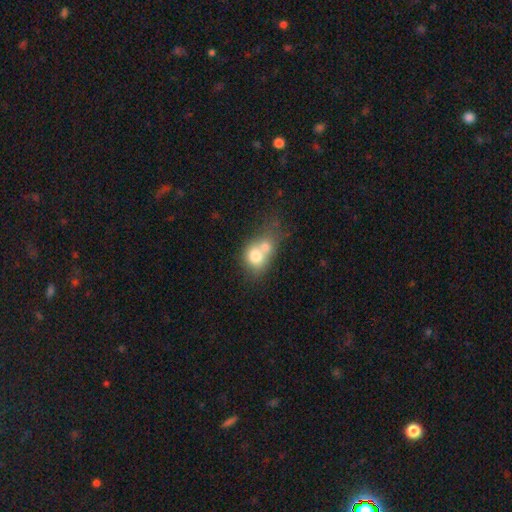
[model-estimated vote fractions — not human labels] A smooth galaxy with no disk features (70%) that is round (57%).

Vote fractions:
- Smooth or featured? smooth: 70% / featured or disk: 20% / star or artifact: 9%
- How rounded? round: 57% / in between: 41% / cigar-shaped: 1%
- Merging? merger: 69% / none: 19% / minor disturbance: 7% / major disturbance: 5%